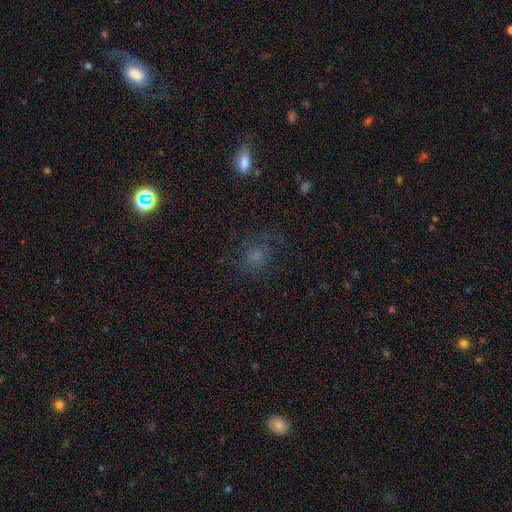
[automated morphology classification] smooth_or_featured: smooth (p=0.53) [alt: star or artifact p=0.26]
how_rounded: round (p=0.74) [alt: in between p=0.25]
merging: none (p=0.65) [alt: minor disturbance p=0.18]